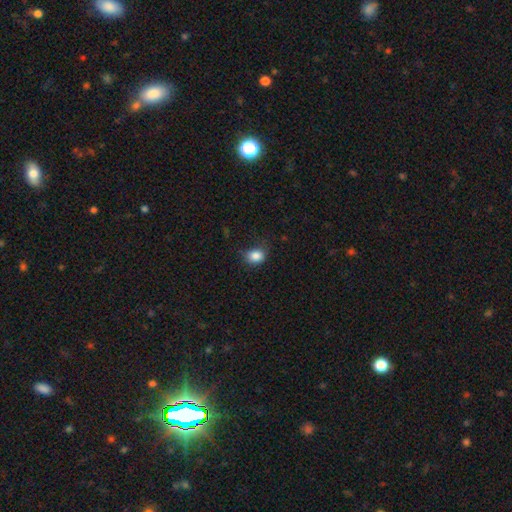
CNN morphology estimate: Smooth or featured?
  - smooth: 85% *
  - star or artifact: 10%
  - featured or disk: 5%
How rounded?
  - round: 50% *
  - in between: 49%
  - cigar-shaped: 1%
Merging?
  - none: 70% *
  - minor disturbance: 23%
  - major disturbance: 6%
  - merger: 1%